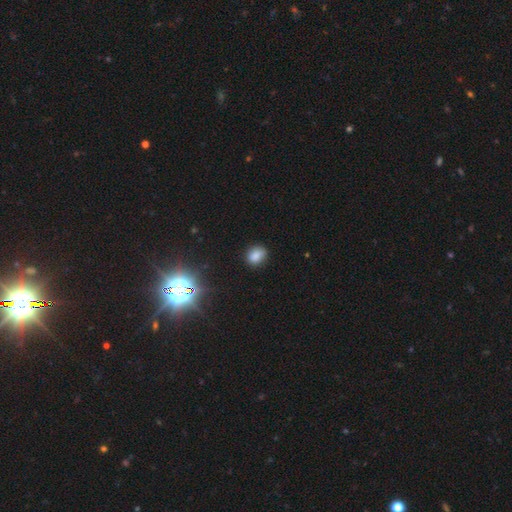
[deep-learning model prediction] Smooth or featured? smooth (81%)
How rounded? round (50%)
Merging? none (79%)